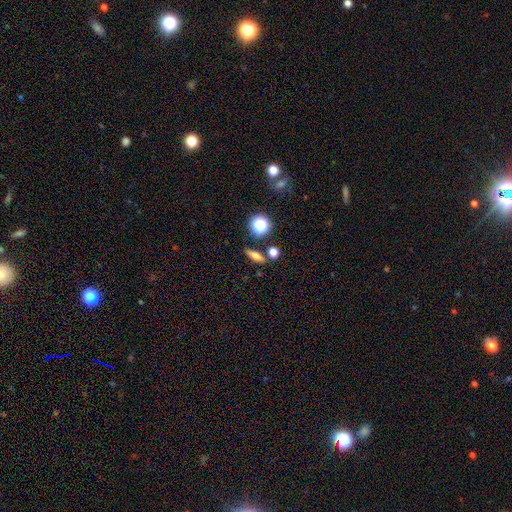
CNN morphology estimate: Smooth or featured: smooth — 60% (featured or disk — 25%)
How rounded: in between — 43% (cigar-shaped — 39%)
Merging: none — 79% (minor disturbance — 10%)